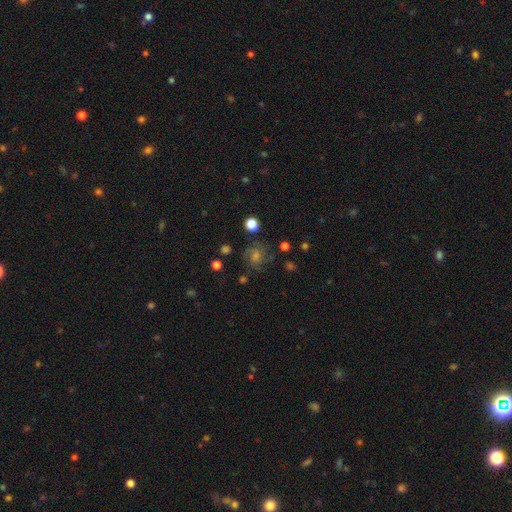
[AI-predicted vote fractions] A featured or disk galaxy (46%). Merging: none (75%).